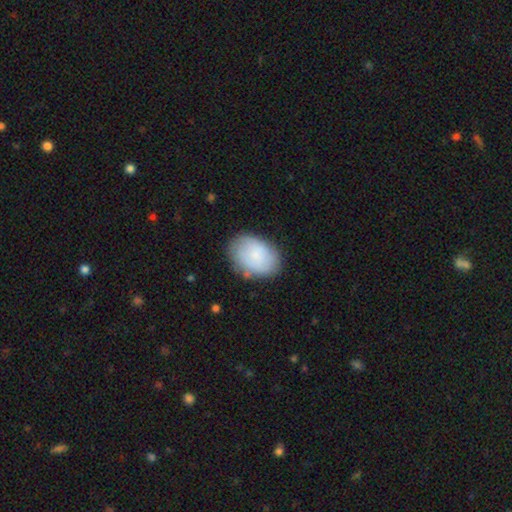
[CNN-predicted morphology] smooth-or-featured: smooth: 79% | featured or disk: 15% | star or artifact: 6%
  how-rounded: in between: 81% | round: 18% | cigar-shaped: 1%
  merging: none: 75% | minor disturbance: 18% | major disturbance: 5% | merger: 2%